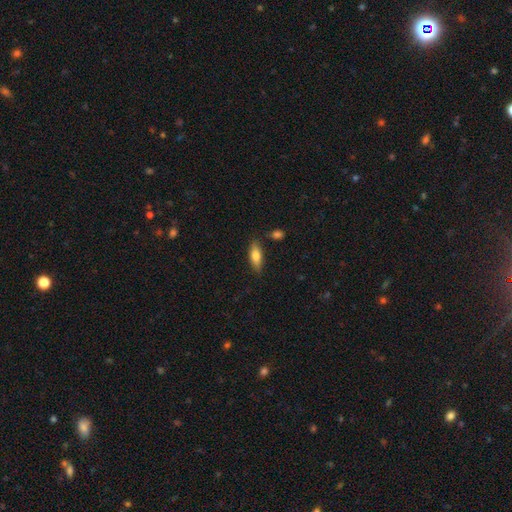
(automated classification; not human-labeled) Smooth or featured? smooth (77%)
How rounded? in between (70%)
Merging? none (78%)